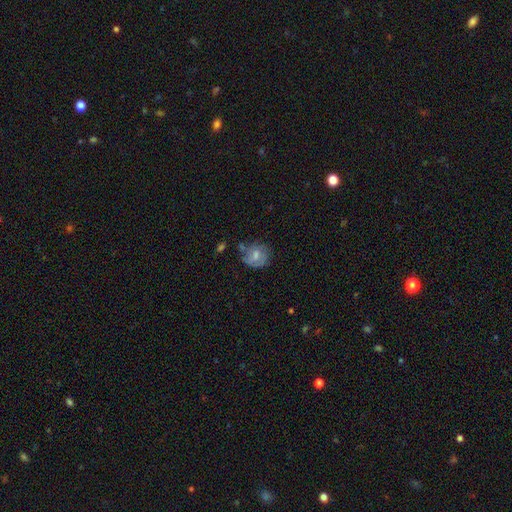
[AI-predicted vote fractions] Smooth or featured: smooth — 49% (featured or disk — 42%)
Merging: none — 53% (minor disturbance — 26%)